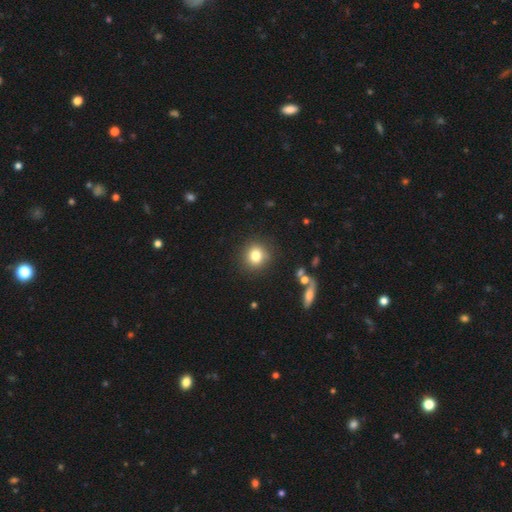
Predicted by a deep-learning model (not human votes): This is clearly a smooth galaxy (80%). How rounded: clearly round (86%). Merging: clearly none (87%).